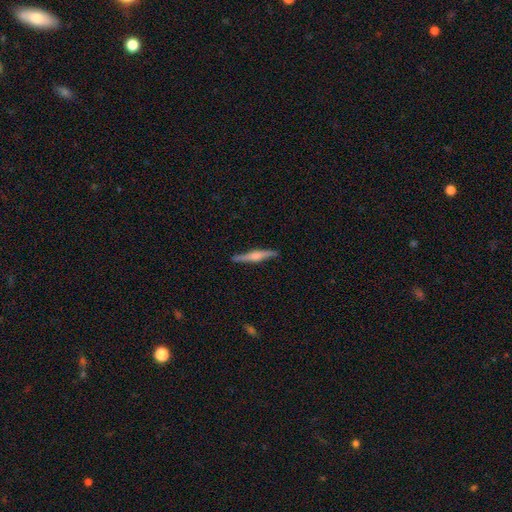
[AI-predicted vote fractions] featured or disk 76%, smooth 19%, star or artifact 6%. Down the decision tree: edge-on disk — yes (97%); edge-on bulge — rounded (83%); merging — none (90%).